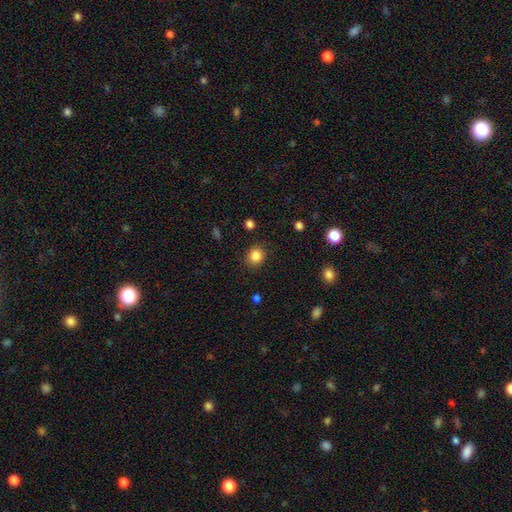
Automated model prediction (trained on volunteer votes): A smooth galaxy with no disk features (85%) that is round (83%).

Vote fractions:
- Smooth or featured? smooth: 85% / star or artifact: 11% / featured or disk: 4%
- How rounded? round: 83% / in between: 16% / cigar-shaped: 1%
- Merging? none: 88% / minor disturbance: 8% / major disturbance: 3% / merger: 1%